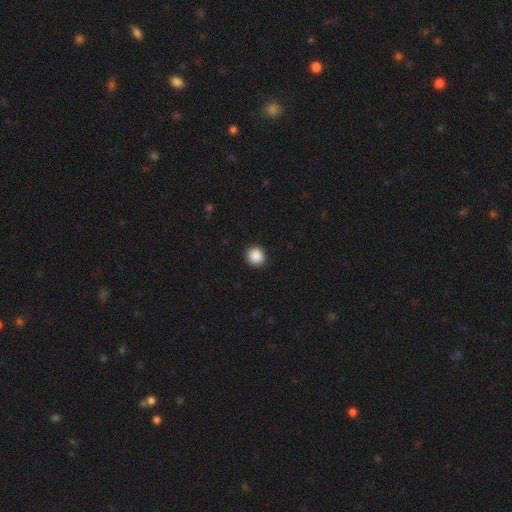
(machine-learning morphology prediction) type=smooth (89%); roundness=round (94%); merging=none (92%).